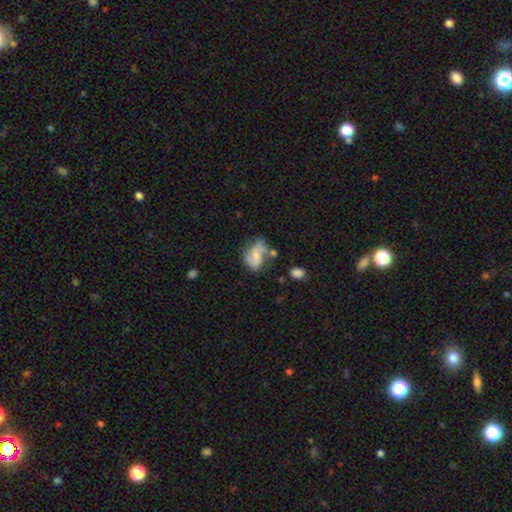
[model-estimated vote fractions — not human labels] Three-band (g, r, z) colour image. It shows a featured or disk galaxy (51%). Merging: none (43%).